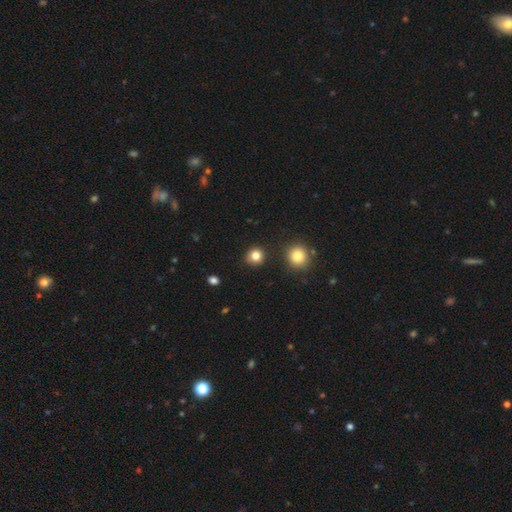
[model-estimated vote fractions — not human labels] Smooth or featured? smooth (83%)
How rounded? round (88%)
Merging? none (87%)